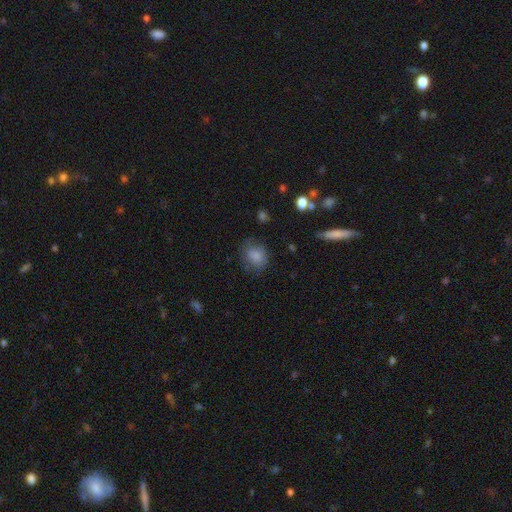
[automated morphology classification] This appears to be a smooth galaxy with no disk features (80%) that is round (67%). Merging: none (65%).